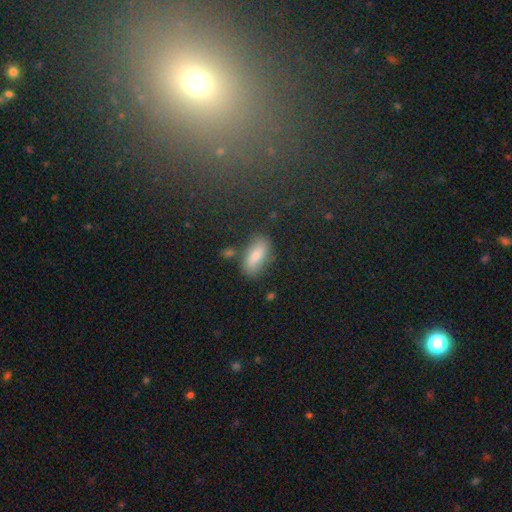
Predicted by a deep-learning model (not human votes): Smooth or featured: smooth — 79% (featured or disk — 12%)
How rounded: in between — 83% (cigar-shaped — 13%)
Merging: none — 75% (minor disturbance — 16%)